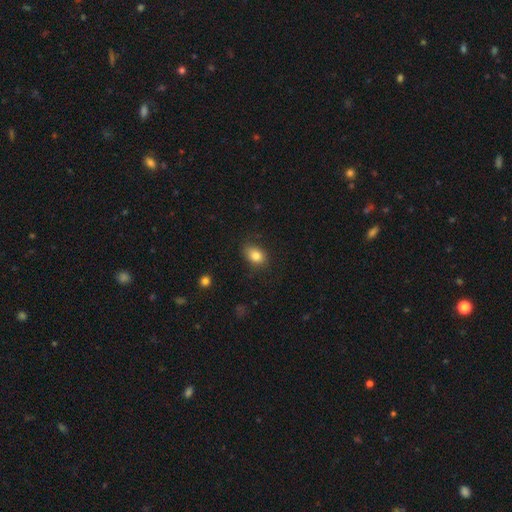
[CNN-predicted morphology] A smooth galaxy with no disk features (84%) that is in between round and cigar-shaped (76%). Merging: none (76%).